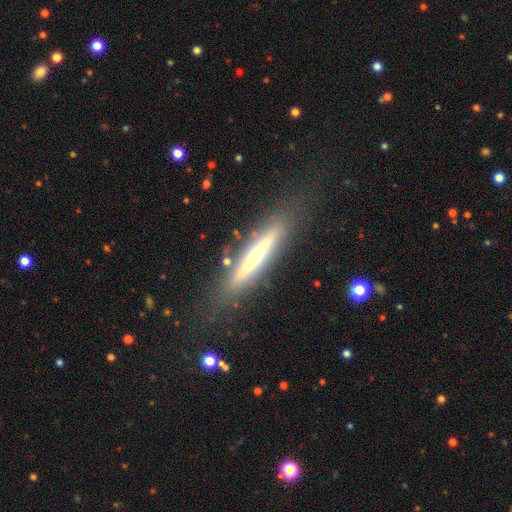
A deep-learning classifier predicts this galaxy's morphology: The model was most divided on "smooth or featured": featured or disk: 51%, smooth: 41%, star or artifact: 8%. More confident: edge-on disk — yes (92%); merging — none (82%).